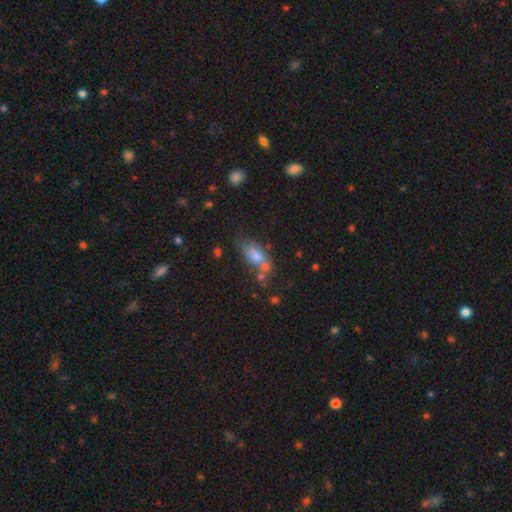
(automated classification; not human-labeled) A smooth galaxy with no disk features (69%) that is in between round and cigar-shaped (79%). Merging: none (49%).